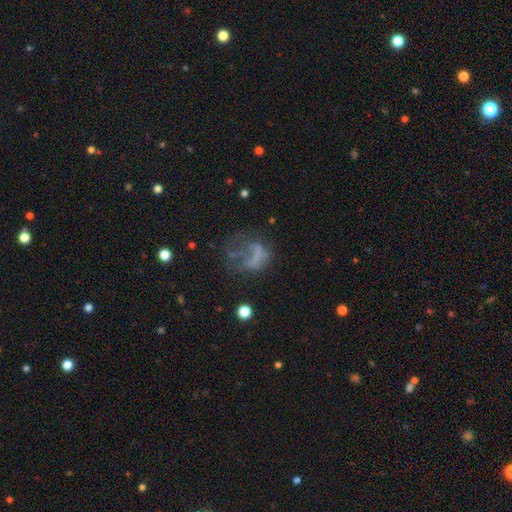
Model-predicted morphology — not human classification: featured or disk 41%, smooth 38%, star or artifact 20%. Down the decision tree: merging — major disturbance (44%).